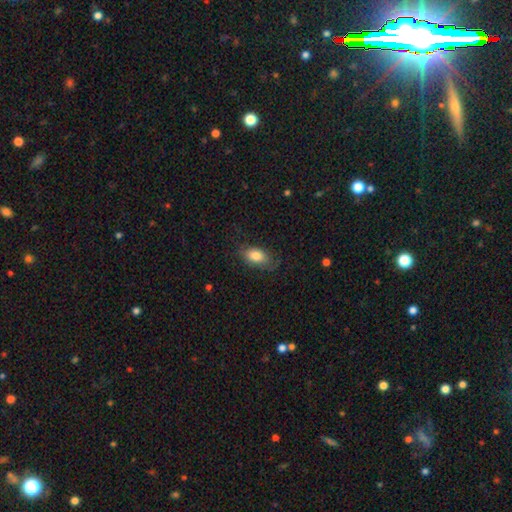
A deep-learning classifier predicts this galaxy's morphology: type=smooth (79%); roundness=in between (89%); merging=none (71%).